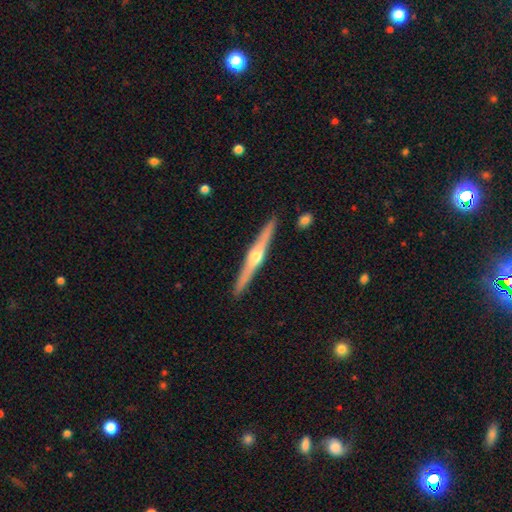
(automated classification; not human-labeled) Smooth or featured?
  - featured or disk: 74% *
  - smooth: 21%
  - star or artifact: 5%
Edge-on disk?
  - yes: 98% *
  - no: 2%
Edge-on bulge?
  - rounded: 93% *
  - none: 4%
  - boxy: 3%
Merging?
  - none: 91% *
  - minor disturbance: 6%
  - merger: 1%
  - major disturbance: 1%